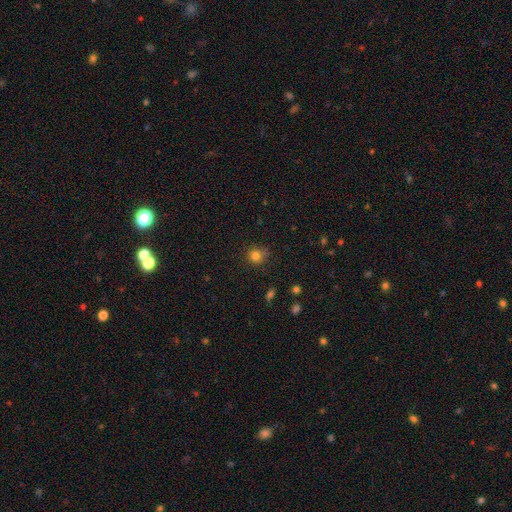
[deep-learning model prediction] smooth_or_featured: smooth (p=0.81) [alt: star or artifact p=0.13]
how_rounded: round (p=0.86) [alt: in between p=0.13]
merging: none (p=0.74) [alt: minor disturbance p=0.18]